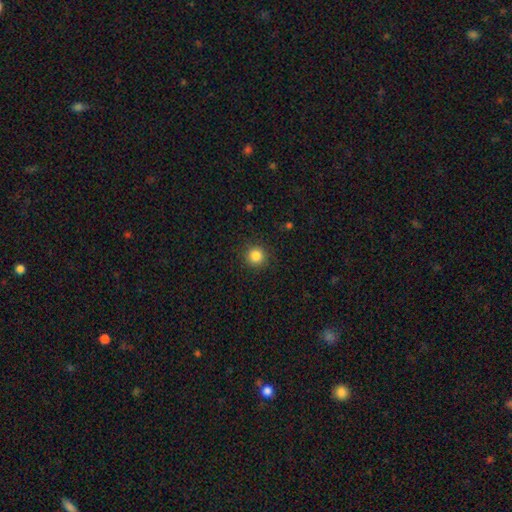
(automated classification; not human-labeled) Morphology: type=smooth (85%); roundness=round (95%); merging=none (91%).